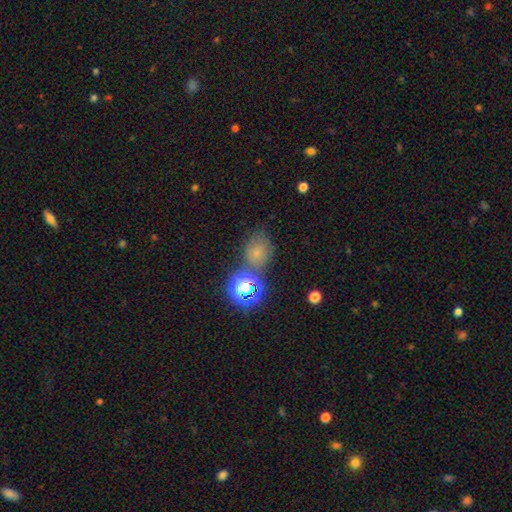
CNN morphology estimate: A star or artifact, not a galaxy (48%).

Vote fractions:
- Smooth or featured? star or artifact: 48% / smooth: 40% / featured or disk: 12%